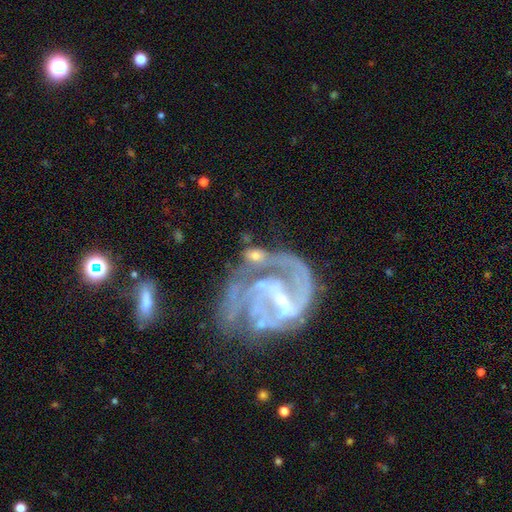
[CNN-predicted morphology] type=featured or disk (65%); edge-on=no (94%); bar=weak (35%); spiral arms=yes (76%); bulge=small (45%); merging=none (35%).